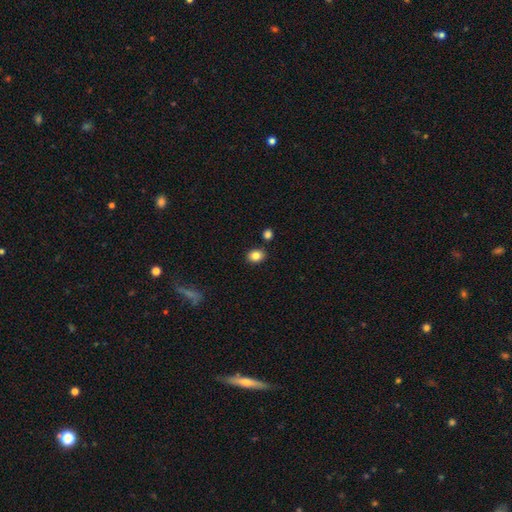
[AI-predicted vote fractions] Morphology: type=smooth (85%); roundness=in between (56%); merging=none (84%).